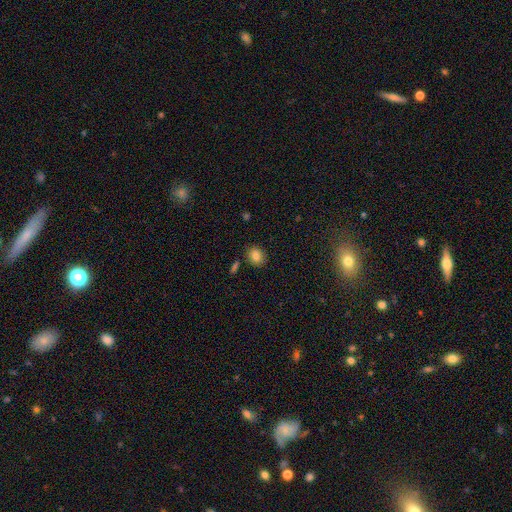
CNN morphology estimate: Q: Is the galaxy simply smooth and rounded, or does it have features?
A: smooth — 83%.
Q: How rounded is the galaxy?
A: round — 57%.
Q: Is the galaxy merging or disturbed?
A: none — 84%.